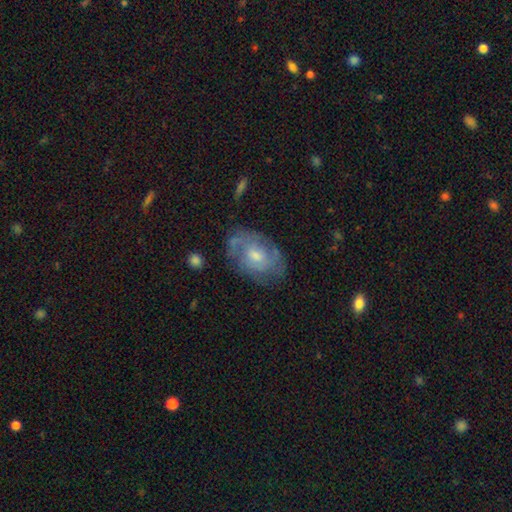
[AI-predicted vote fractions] The model was most divided on "bulge size": moderate: 51%, small: 39%, large: 5%, none: 4%, dominant: 1%. More confident: edge-on disk — no (96%); spiral arms — yes (72%); bar — no (69%); merging — none (64%); smooth or featured — featured or disk (64%).